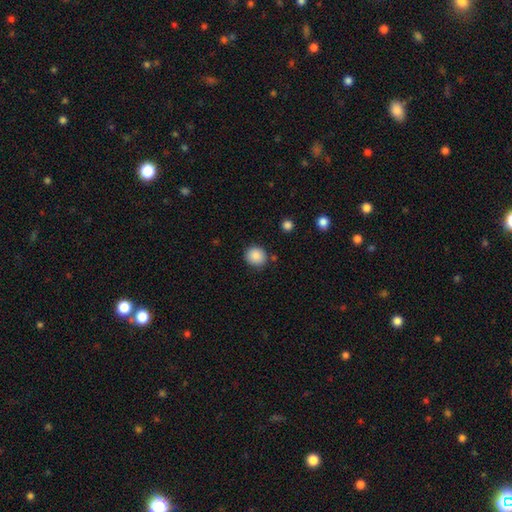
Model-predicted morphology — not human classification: Q: Smooth or featured?
A: smooth (86%); runner-up: star or artifact (9%)
Q: How rounded?
A: round (85%); runner-up: in between (14%)
Q: Merging?
A: none (85%); runner-up: minor disturbance (9%)